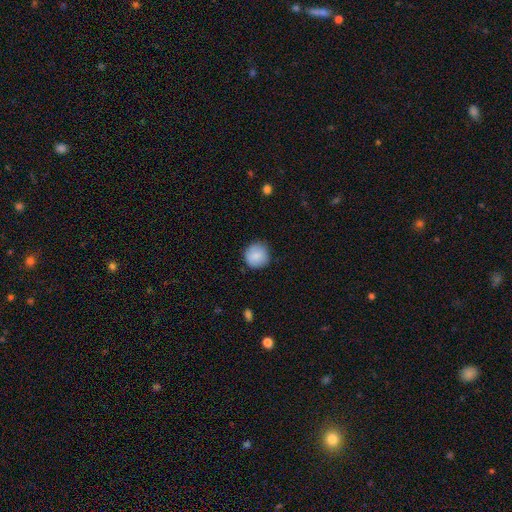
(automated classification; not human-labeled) smooth 87%, star or artifact 7%, featured or disk 5%. Down the decision tree: how rounded — round (94%); merging — none (86%).